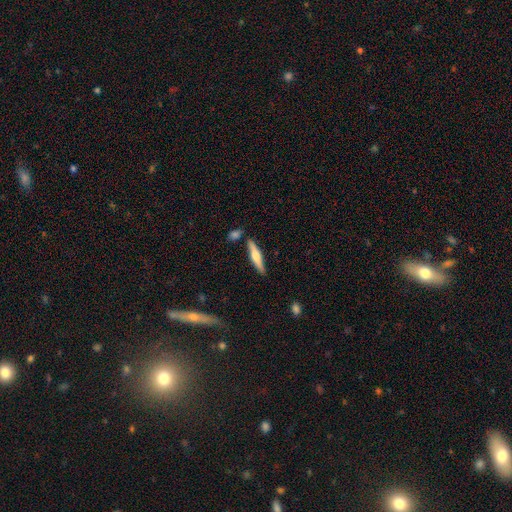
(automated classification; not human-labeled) Overall: featured or disk (48%; smooth 47%). Merging: none (82%).